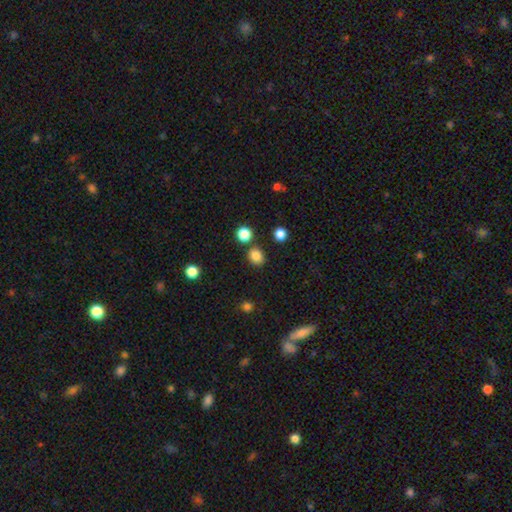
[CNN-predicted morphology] type=smooth (83%); roundness=round (63%); merging=none (82%).